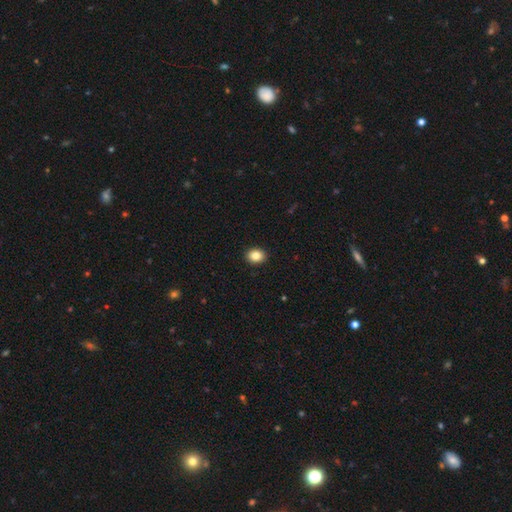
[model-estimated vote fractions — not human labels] Overall: smooth (85%). How rounded: in between (51%; round 48%). Merging: none (92%).